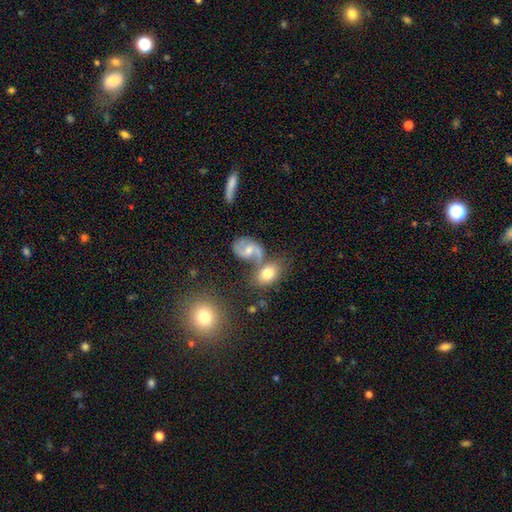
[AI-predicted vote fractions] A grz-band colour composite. It shows a smooth galaxy with no disk features (43%). Merging: none (64%).